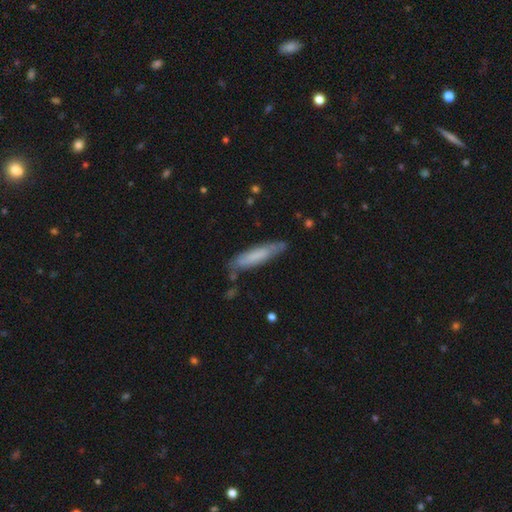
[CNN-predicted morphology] smooth-or-featured: smooth: 63% | featured or disk: 29% | star or artifact: 7%
  how-rounded: cigar-shaped: 80% | in between: 18% | round: 1%
  merging: none: 74% | minor disturbance: 19% | major disturbance: 4% | merger: 3%